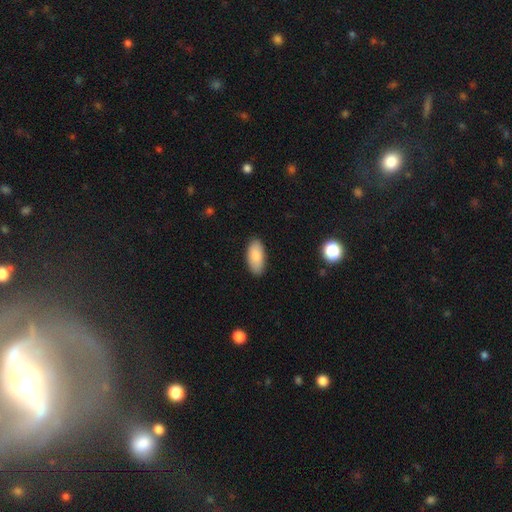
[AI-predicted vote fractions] Smooth or featured: smooth — 84% (featured or disk — 9%)
How rounded: in between — 92% (cigar-shaped — 6%)
Merging: none — 87% (minor disturbance — 10%)